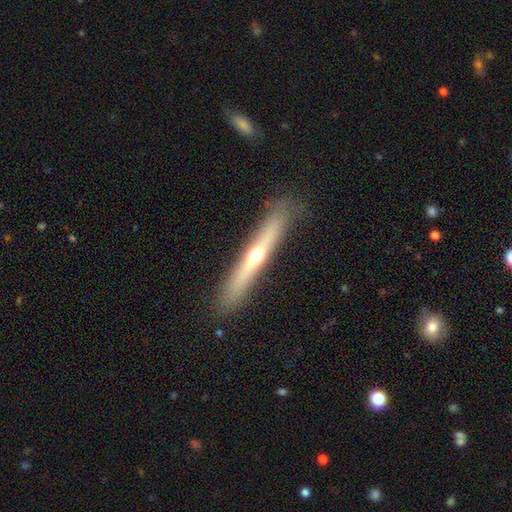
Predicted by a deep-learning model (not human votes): smooth-or-featured: featured or disk: 58% | smooth: 36% | star or artifact: 6%
  disk-edge-on: yes: 92% | no: 8%
    edge-on-bulge: rounded: 82% | none: 16% | boxy: 3%
  merging: none: 86% | minor disturbance: 10% | major disturbance: 2% | merger: 1%